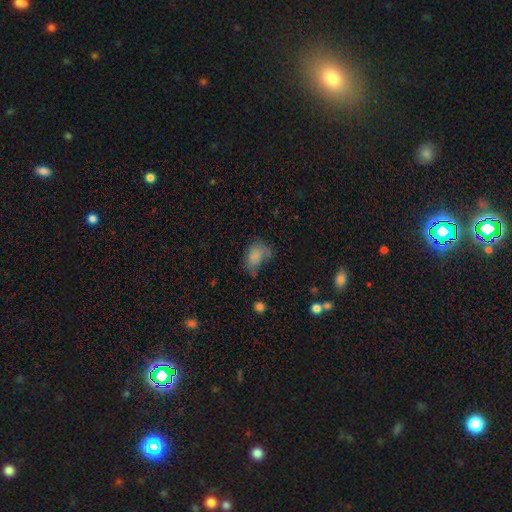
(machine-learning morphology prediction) A smooth galaxy with no disk features (73%) that is in between round and cigar-shaped (83%). Merging: none (34%).